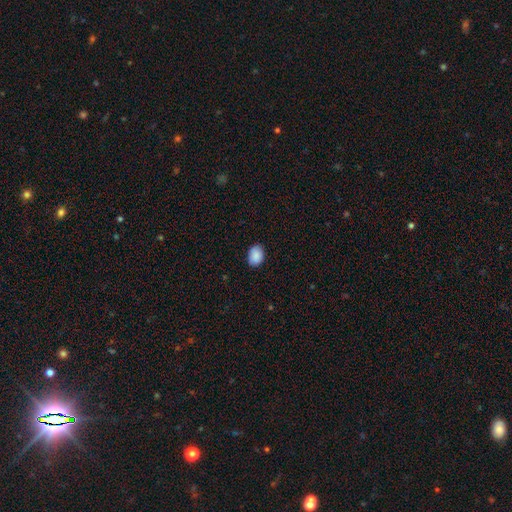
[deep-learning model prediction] Smooth or featured: smooth — 89% (star or artifact — 7%)
How rounded: in between — 72% (round — 27%)
Merging: none — 83% (minor disturbance — 13%)